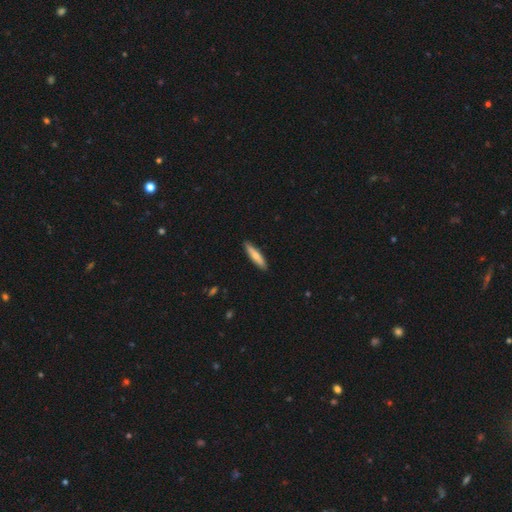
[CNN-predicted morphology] A smooth galaxy with no disk features (68%) that is cigar-shaped (82%).

Vote fractions:
- Smooth or featured? smooth: 68% / featured or disk: 27% / star or artifact: 5%
- How rounded? cigar-shaped: 82% / in between: 16% / round: 2%
- Merging? none: 89% / minor disturbance: 8% / major disturbance: 1% / merger: 1%